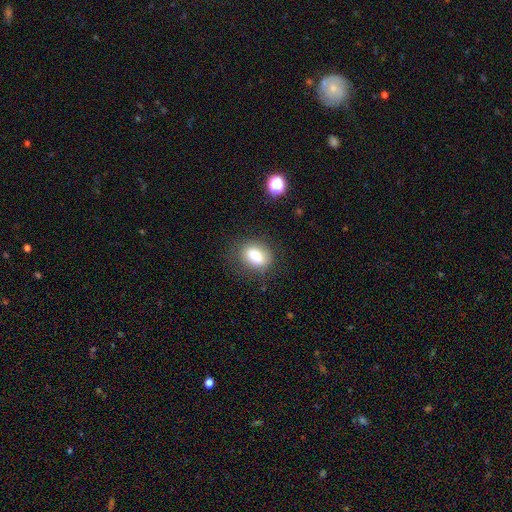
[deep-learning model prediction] A smooth galaxy with no disk features (81%) that is in between round and cigar-shaped (73%).

Vote fractions:
- Smooth or featured? smooth: 81% / featured or disk: 10% / star or artifact: 9%
- How rounded? in between: 73% / round: 25% / cigar-shaped: 2%
- Merging? none: 80% / minor disturbance: 14% / major disturbance: 5% / merger: 1%